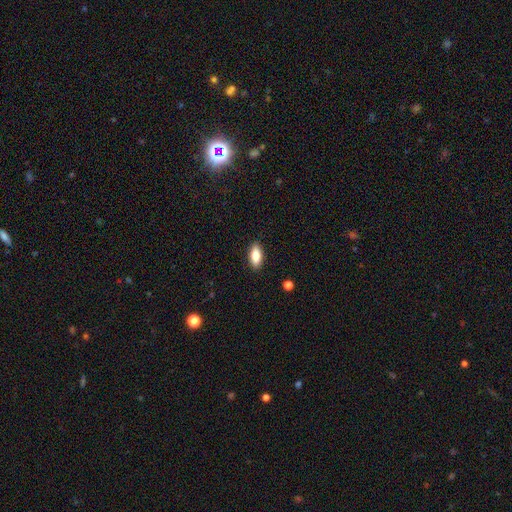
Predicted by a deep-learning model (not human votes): smooth 82%, featured or disk 11%, star or artifact 7%. Down the decision tree: how rounded — in between (86%); merging — none (90%).